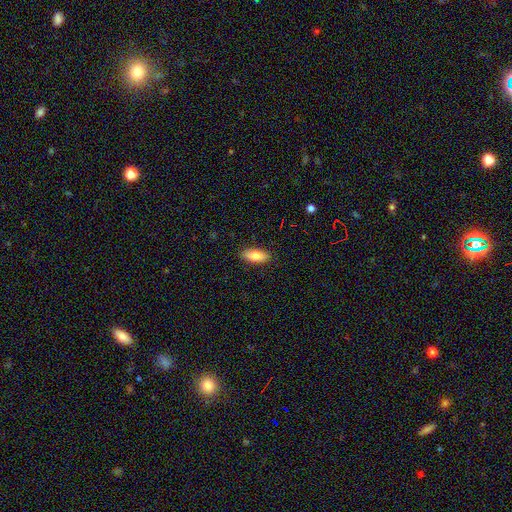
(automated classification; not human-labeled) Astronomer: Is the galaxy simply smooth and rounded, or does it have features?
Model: smooth — 82%.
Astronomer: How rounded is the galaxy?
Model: in between — 80%.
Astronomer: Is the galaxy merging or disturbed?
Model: none — 88%.